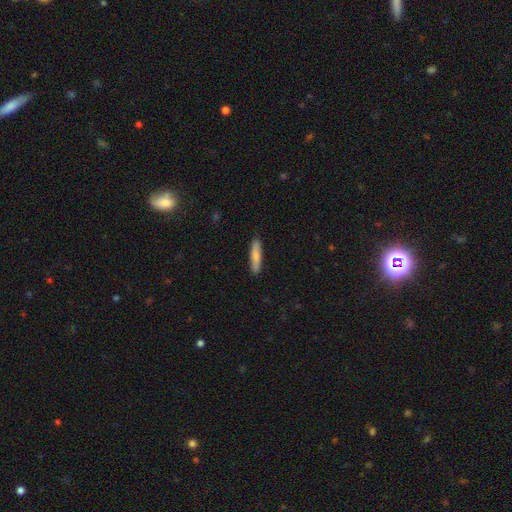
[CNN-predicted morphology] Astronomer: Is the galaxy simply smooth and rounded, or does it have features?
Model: smooth — 80%.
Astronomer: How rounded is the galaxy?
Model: cigar-shaped — 85%.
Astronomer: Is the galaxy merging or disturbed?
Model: none — 89%.